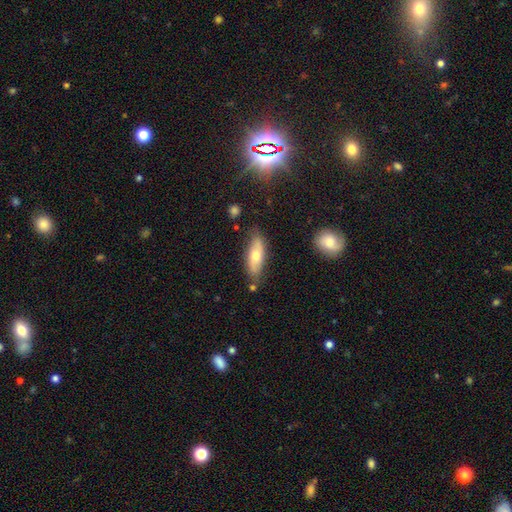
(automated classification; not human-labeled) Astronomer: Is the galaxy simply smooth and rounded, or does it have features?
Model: smooth — 62%.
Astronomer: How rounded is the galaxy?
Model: in between — 66%.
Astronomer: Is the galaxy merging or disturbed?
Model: none — 74%.